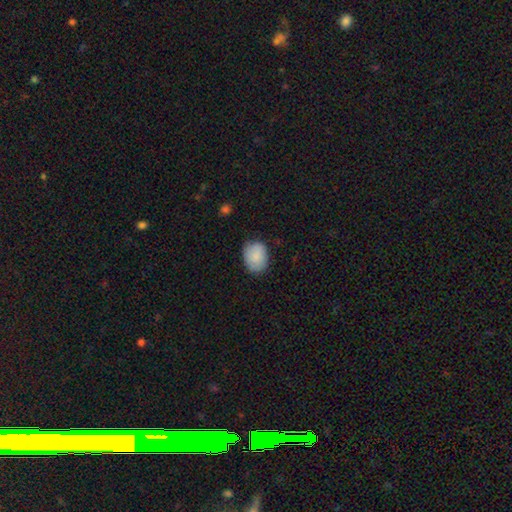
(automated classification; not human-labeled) smooth 87%, featured or disk 7%, star or artifact 6%. Down the decision tree: how rounded — in between (66%); merging — none (76%).